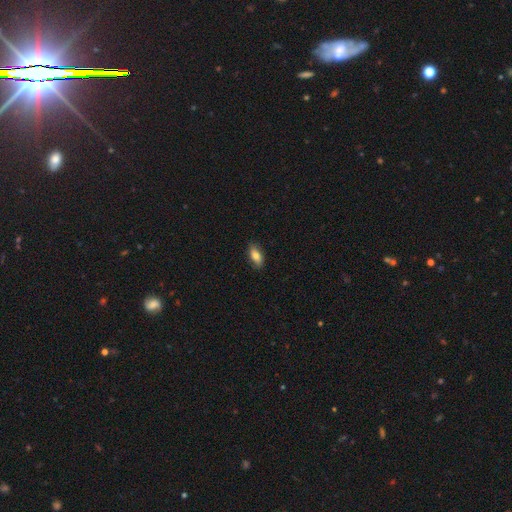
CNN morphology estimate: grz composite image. It shows a smooth galaxy with no disk features (79%) that is in between round and cigar-shaped (85%). Merging: none (84%).